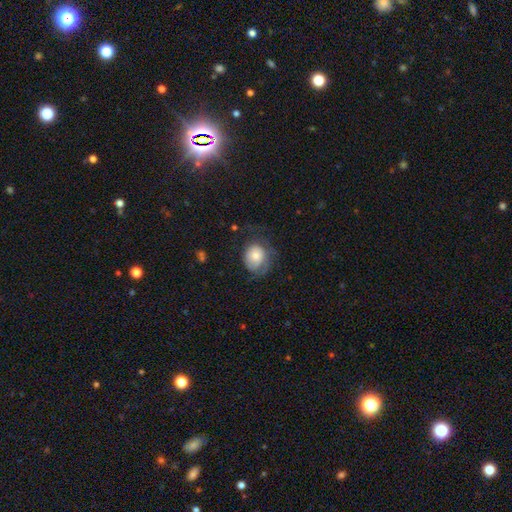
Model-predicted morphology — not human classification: The model was most divided on "merging": none: 46%, minor disturbance: 27%, major disturbance: 25%, merger: 2%. More confident: how rounded — round (69%); smooth or featured — smooth (67%).